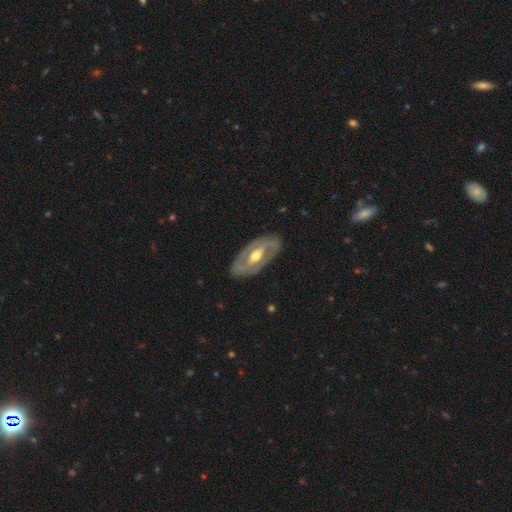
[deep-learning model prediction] Smooth or featured?
  - featured or disk: 76% *
  - smooth: 21%
  - star or artifact: 4%
Edge-on disk?
  - no: 89% *
  - yes: 11%
Bar?
  - no: 34% * (tied)
  - strong: 34% * (tied)
  - weak: 32%
Spiral arms?
  - no: 55% *
  - yes: 45%
Bulge size?
  - moderate: 73% *
  - small: 14%
  - large: 10%
  - none: 1%
  - dominant: 1%
Merging?
  - none: 84% *
  - minor disturbance: 11%
  - major disturbance: 4%
  - merger: 1%